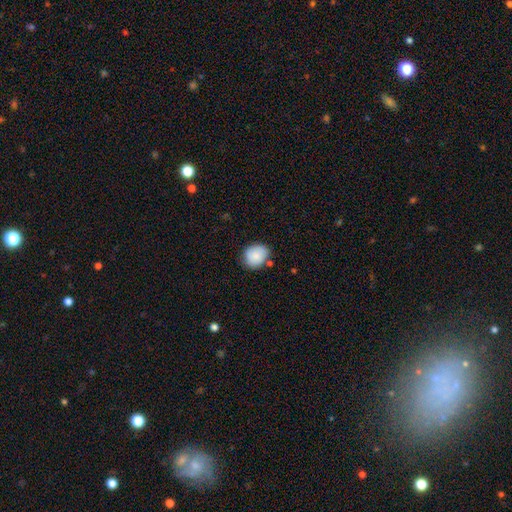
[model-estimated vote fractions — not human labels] This is clearly a smooth galaxy (86%). How rounded: likely round (65%). Merging: likely none (75%).